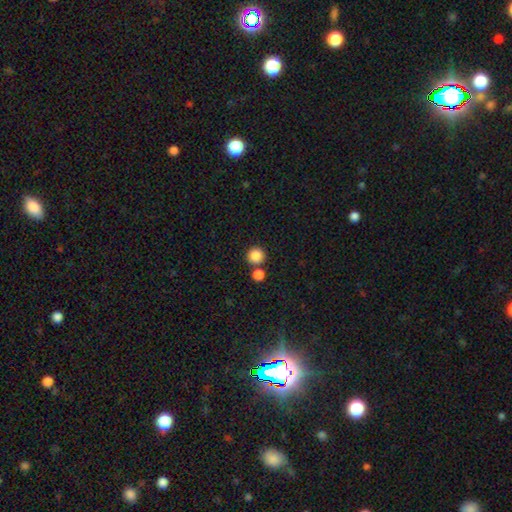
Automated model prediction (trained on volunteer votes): Smooth or featured? smooth (85%)
How rounded? round (95%)
Merging? none (75%)